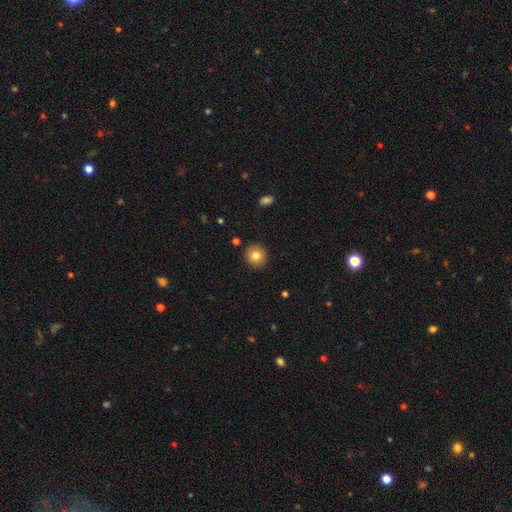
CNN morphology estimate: A smooth galaxy with no disk features (80%) that is round (93%).

Vote fractions:
- Smooth or featured? smooth: 80% / star or artifact: 10% / featured or disk: 10%
- How rounded? round: 93% / in between: 6% / cigar-shaped: 1%
- Merging? none: 91% / minor disturbance: 6% / major disturbance: 2% / merger: 1%